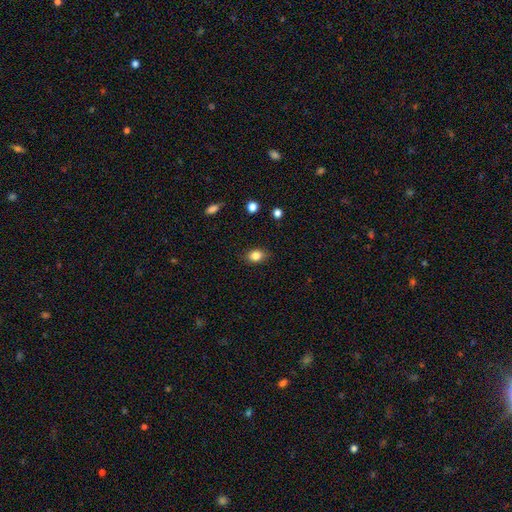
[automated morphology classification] This appears to be a smooth galaxy with no disk features (83%) that is in between round and cigar-shaped (70%). Merging: none (85%).